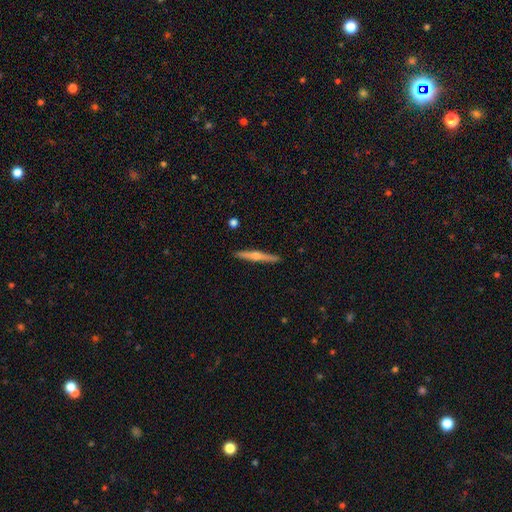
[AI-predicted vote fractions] Smooth or featured? featured or disk (65%)
Edge-on disk? yes (98%)
Edge-on bulge? rounded (86%)
Merging? none (92%)